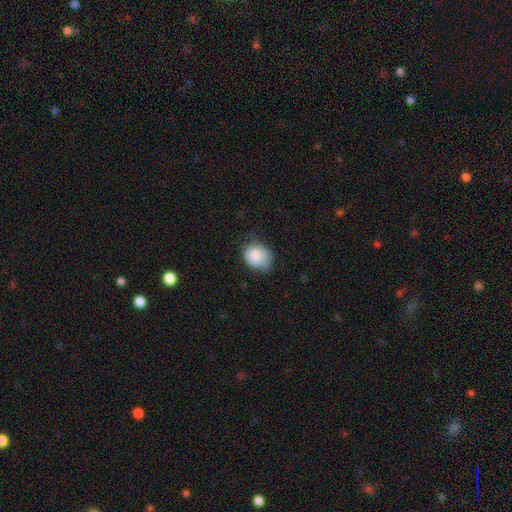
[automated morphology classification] Smooth or featured? Predicted: smooth (p=0.82). How rounded? Predicted: round (p=0.53). Merging? Predicted: none (p=0.48).